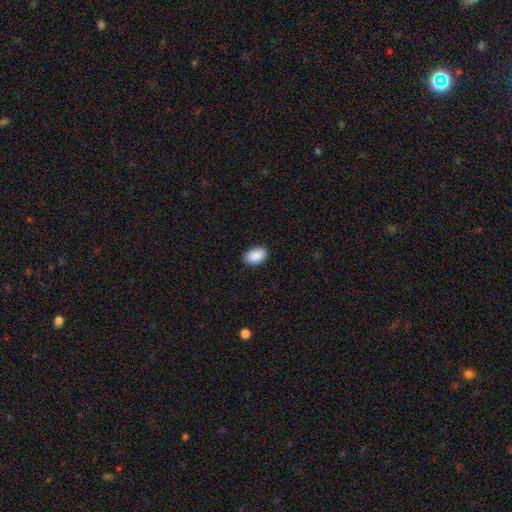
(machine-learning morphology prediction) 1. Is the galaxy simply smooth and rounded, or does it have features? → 90% smooth, 7% star or artifact, 3% featured or disk.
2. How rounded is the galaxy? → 90% in between, 8% round, 1% cigar-shaped.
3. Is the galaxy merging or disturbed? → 84% none, 13% minor disturbance, 2% major disturbance, 1% merger.